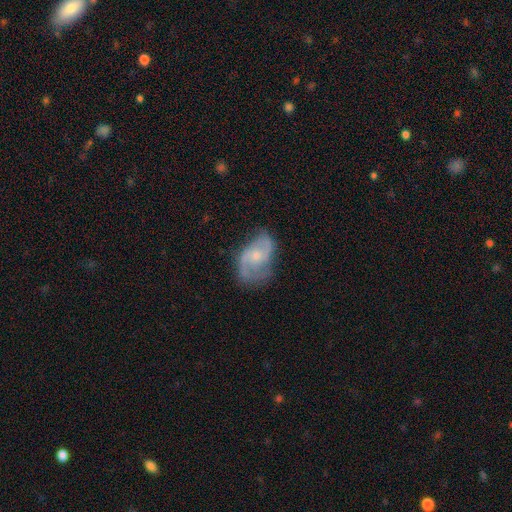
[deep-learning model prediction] Q: Smooth or featured?
A: featured or disk (81%); runner-up: smooth (13%)
Q: Edge-on disk?
A: no (97%); runner-up: yes (3%)
Q: Bar?
A: no (63%); runner-up: weak (32%)
Q: Spiral arms?
A: yes (94%); runner-up: no (6%)
Q: Spiral winding?
A: medium (50%); runner-up: loose (31%)
Q: Spiral arm count?
A: 2 (85%); runner-up: can't tell (7%)
Q: Bulge size?
A: small (58%); runner-up: moderate (36%)
Q: Merging?
A: none (66%); runner-up: minor disturbance (23%)